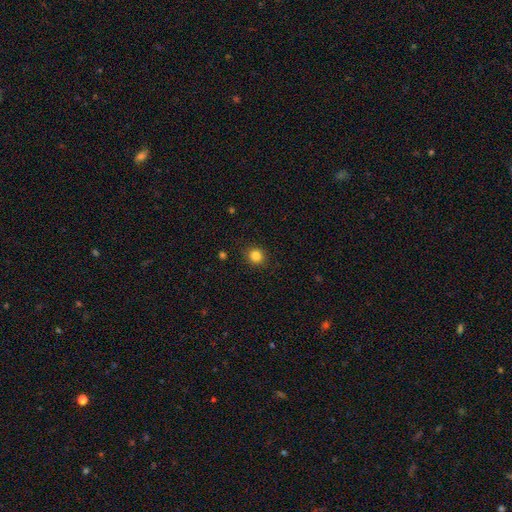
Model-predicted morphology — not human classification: The model was most divided on "smooth or featured": smooth: 84%, star or artifact: 12%, featured or disk: 5%. More confident: merging — none (90%); how rounded — round (88%).